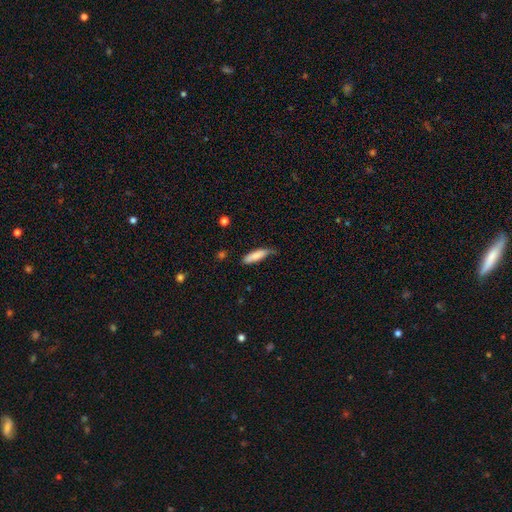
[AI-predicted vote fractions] smooth 83%, featured or disk 11%, star or artifact 6%. Down the decision tree: how rounded — cigar-shaped (60%); merging — none (51%).